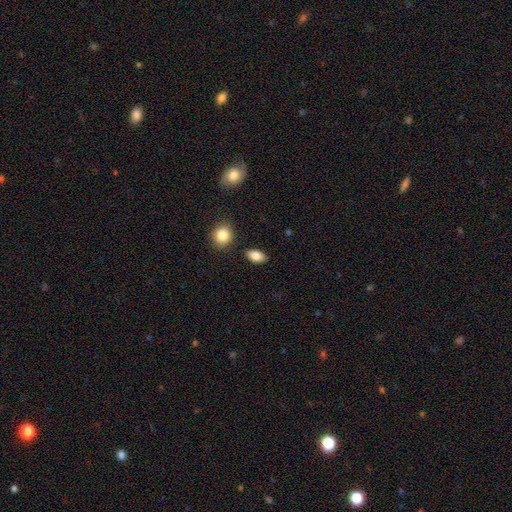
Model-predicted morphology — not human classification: The model was most divided on "merging": none: 86%, minor disturbance: 9%, merger: 3%, major disturbance: 2%. More confident: how rounded — in between (90%); smooth or featured — smooth (85%).